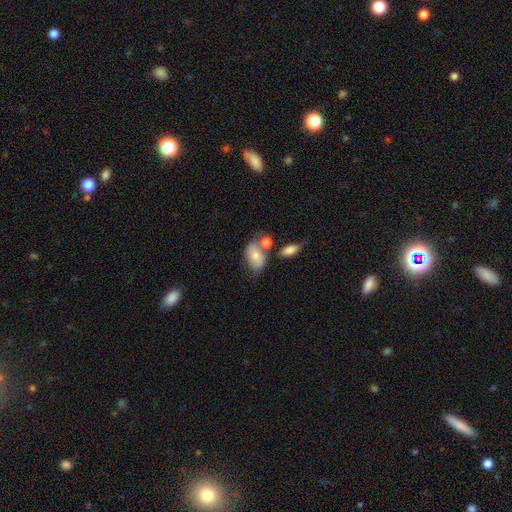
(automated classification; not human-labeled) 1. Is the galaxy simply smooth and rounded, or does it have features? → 69% smooth, 24% featured or disk, 8% star or artifact.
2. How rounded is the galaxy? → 84% in between, 14% round, 2% cigar-shaped.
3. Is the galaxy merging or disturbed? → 42% none, 32% merger, 19% minor disturbance, 7% major disturbance.